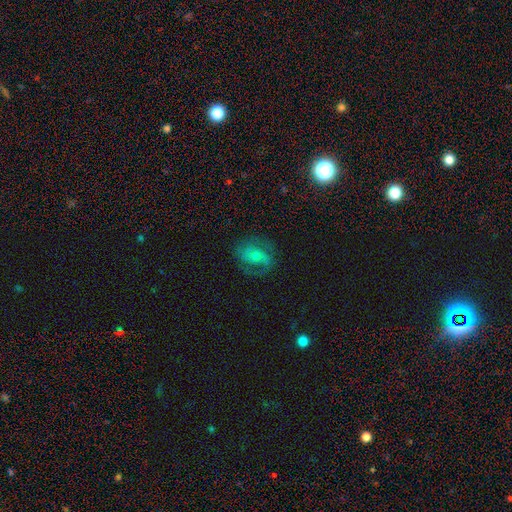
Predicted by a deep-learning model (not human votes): Smooth or featured? Predicted: featured or disk (p=0.67). Edge-on disk? Predicted: no (p=0.97). Bar? Predicted: no (p=0.51). Spiral arms? Predicted: yes (p=0.87). Spiral winding? Predicted: medium (p=0.49). Spiral arm count? Predicted: 2 (p=0.75). Bulge size? Predicted: small (p=0.55). Merging? Predicted: none (p=0.72).